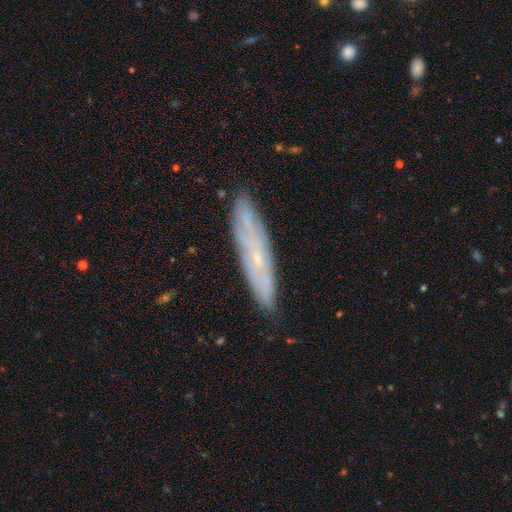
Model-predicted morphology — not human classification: Smooth or featured: featured or disk — 60% (smooth — 31%)
Edge-on disk: yes — 50% (tied with no — 50%)
Merging: none — 86% (minor disturbance — 11%)